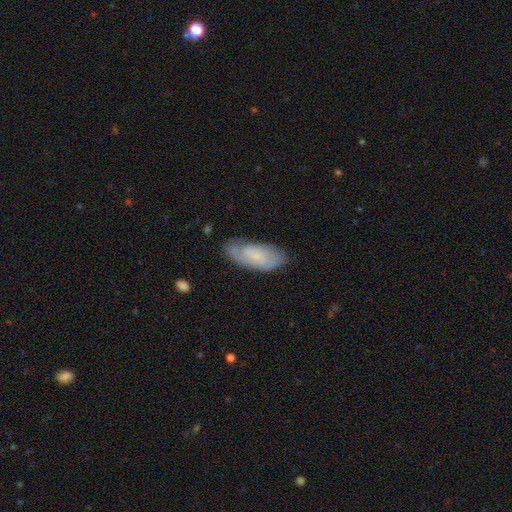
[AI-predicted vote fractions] Overall: featured or disk (58%; smooth 36%). Edge-on disk: no (92%). Bar: no (67%; weak 28%). Spiral arms: yes (84%). Bulge size: small (68%). Merging: none (65%).